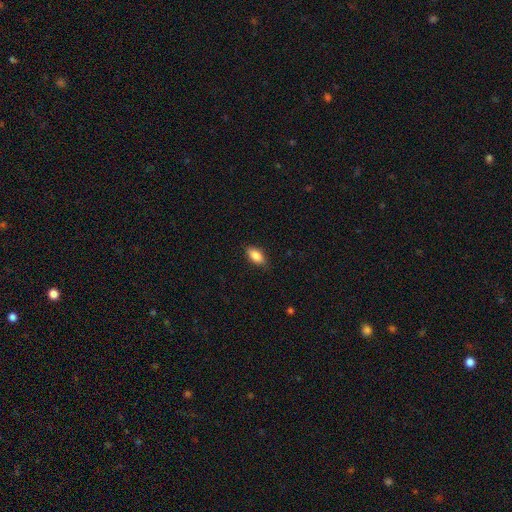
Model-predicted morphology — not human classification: This is clearly a smooth galaxy (85%). How rounded: clearly in between (89%). Merging: clearly none (81%).